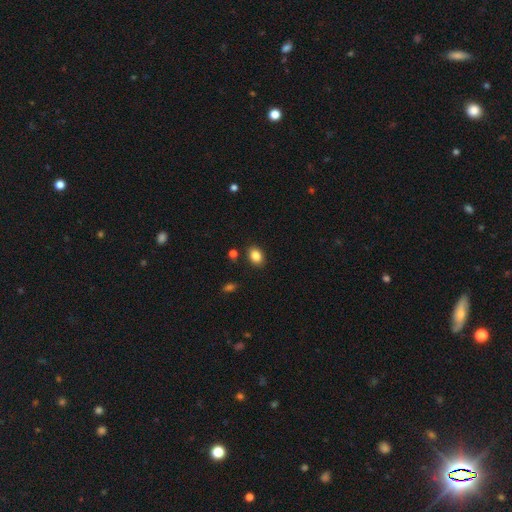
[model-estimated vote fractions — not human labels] This is clearly a smooth galaxy (86%). How rounded: likely in between (71%). Merging: clearly none (87%).